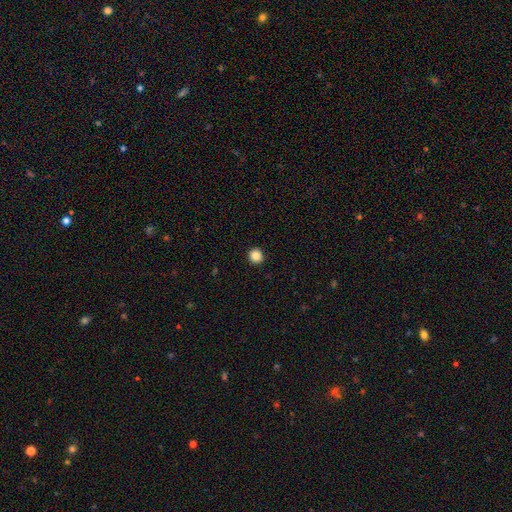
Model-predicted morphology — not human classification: smooth 86%, star or artifact 10%, featured or disk 3%. Down the decision tree: how rounded — round (94%); merging — none (94%).